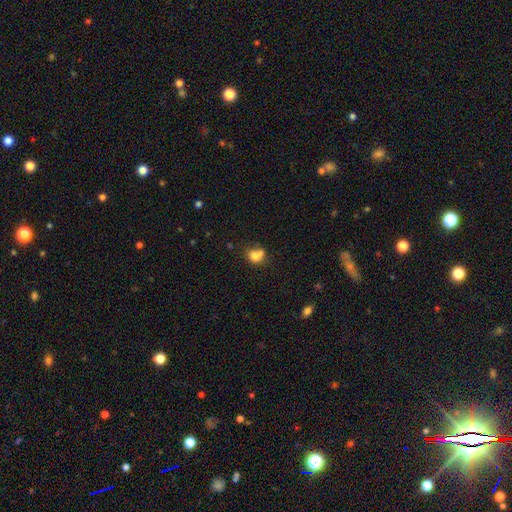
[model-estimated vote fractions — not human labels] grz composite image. It shows a smooth galaxy with no disk features (75%) that is round (61%). Merging: merger (48%).